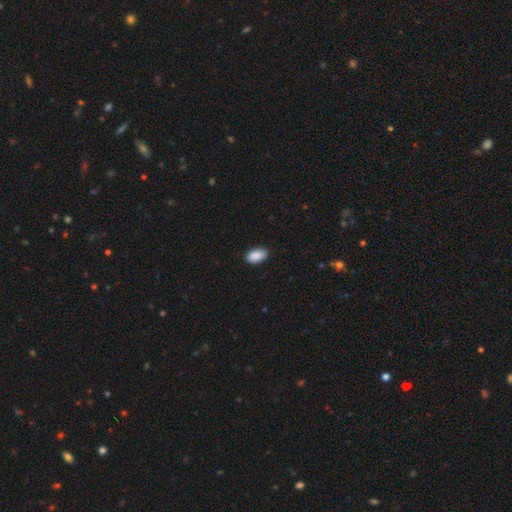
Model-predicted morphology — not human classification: smooth_or_featured: smooth (p=0.90) [alt: star or artifact p=0.07]
how_rounded: in between (p=0.94) [alt: round p=0.04]
merging: none (p=0.86) [alt: minor disturbance p=0.11]